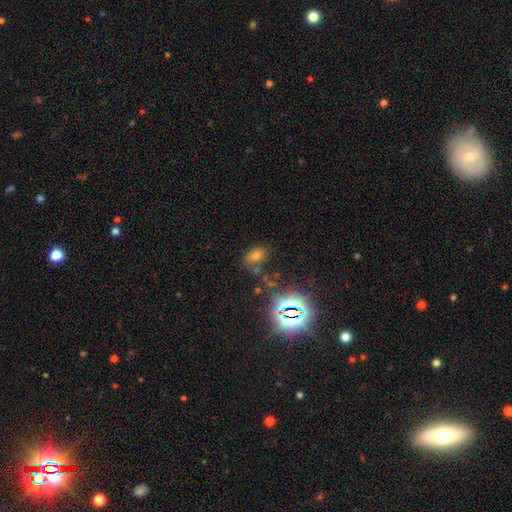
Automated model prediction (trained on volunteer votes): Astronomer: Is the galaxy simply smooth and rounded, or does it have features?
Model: star or artifact — 46% (runner-up: smooth, 43%).